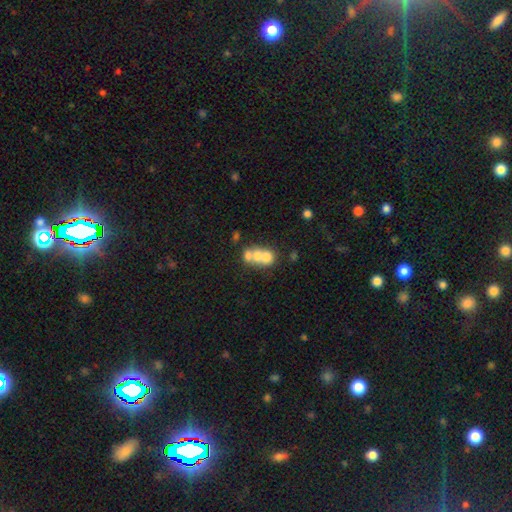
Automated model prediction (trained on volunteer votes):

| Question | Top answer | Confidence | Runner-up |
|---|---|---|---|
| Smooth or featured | smooth | 55% | featured or disk (33%) |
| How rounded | round | 55% | in between (43%) |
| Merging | merger | 68% | none (21%) |